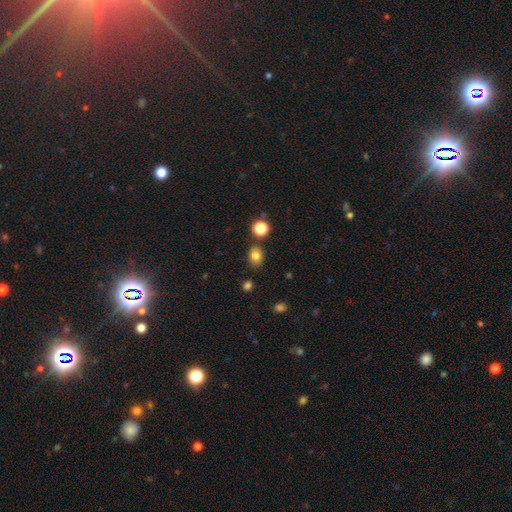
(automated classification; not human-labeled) A smooth galaxy with no disk features (80%) that is in between round and cigar-shaped (52%). Merging: none (82%).